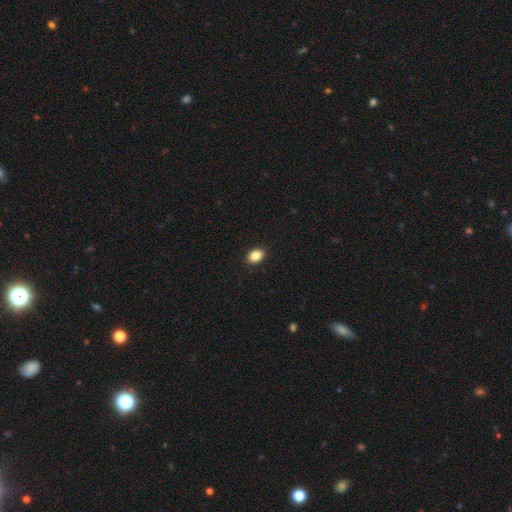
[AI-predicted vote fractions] This is clearly a smooth galaxy (87%). How rounded: likely in between (72%). Merging: clearly none (90%).